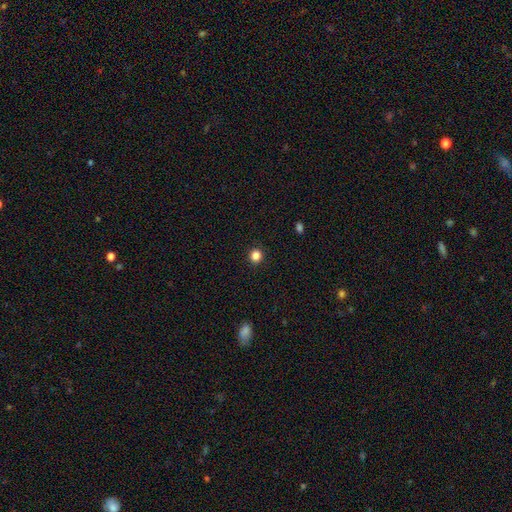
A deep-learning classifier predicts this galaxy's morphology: Smooth or featured?
  - smooth: 85% *
  - star or artifact: 12%
  - featured or disk: 3%
How rounded?
  - round: 90% *
  - in between: 9%
  - cigar-shaped: 1%
Merging?
  - none: 92% *
  - minor disturbance: 5%
  - major disturbance: 2%
  - merger: 1%